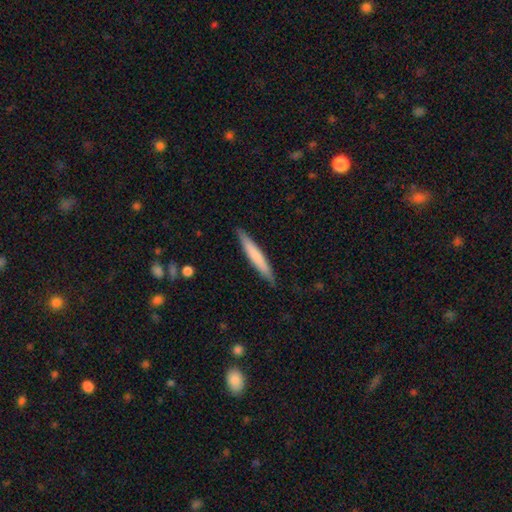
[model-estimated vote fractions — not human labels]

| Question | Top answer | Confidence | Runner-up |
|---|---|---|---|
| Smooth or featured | smooth | 69% | featured or disk (26%) |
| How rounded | cigar-shaped | 95% | in between (4%) |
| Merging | none | 88% | minor disturbance (9%) |